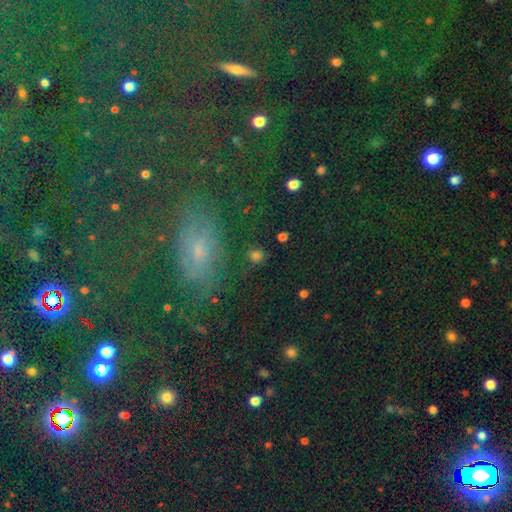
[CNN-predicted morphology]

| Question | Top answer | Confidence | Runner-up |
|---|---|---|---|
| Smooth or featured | smooth | 61% | star or artifact (24%) |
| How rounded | round | 66% | in between (31%) |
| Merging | none | 78% | minor disturbance (12%) |